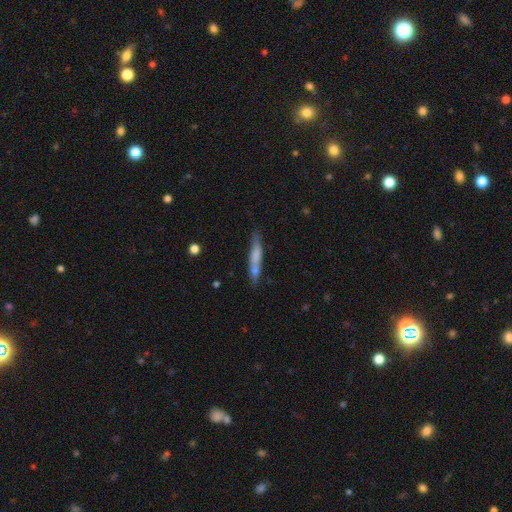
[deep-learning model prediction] Smooth or featured?
  - smooth: 64% *
  - featured or disk: 29%
  - star or artifact: 7%
How rounded?
  - cigar-shaped: 89% *
  - in between: 10%
  - round: 2%
Merging?
  - none: 67% *
  - minor disturbance: 18%
  - merger: 11%
  - major disturbance: 5%